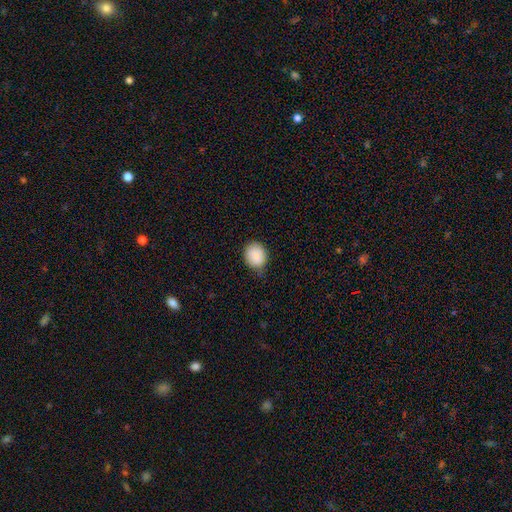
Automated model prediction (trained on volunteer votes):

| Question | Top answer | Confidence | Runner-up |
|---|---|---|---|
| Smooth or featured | smooth | 89% | star or artifact (7%) |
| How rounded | round | 54% | in between (45%) |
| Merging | none | 65% | minor disturbance (28%) |